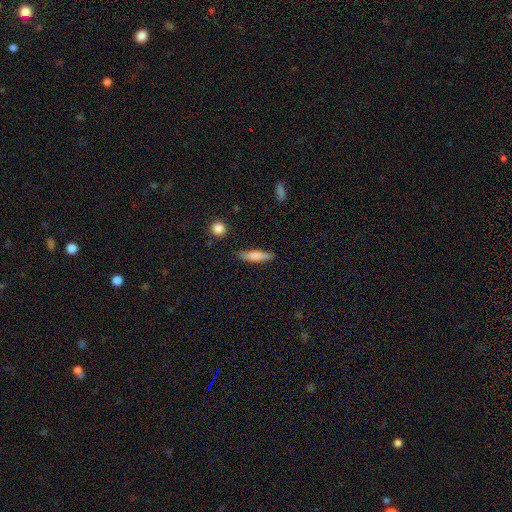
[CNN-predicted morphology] Smooth or featured: smooth — 75% (featured or disk — 18%)
How rounded: cigar-shaped — 78% (in between — 20%)
Merging: none — 86% (minor disturbance — 10%)